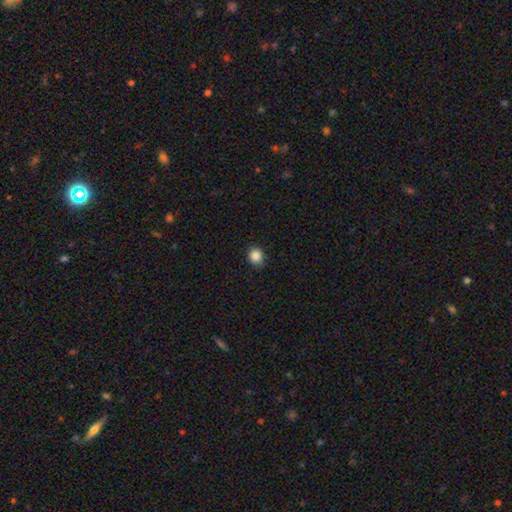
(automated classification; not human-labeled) The model was most divided on "how rounded": round: 75%, in between: 24%, cigar-shaped: 1%. More confident: merging — none (88%); smooth or featured — smooth (86%).